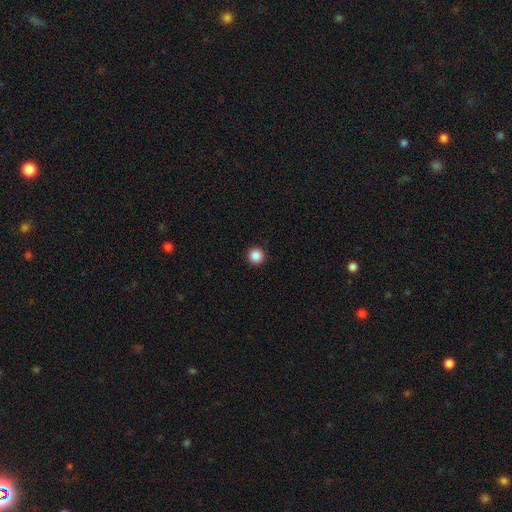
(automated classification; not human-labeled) Smooth or featured? smooth (87%)
How rounded? round (96%)
Merging? none (93%)